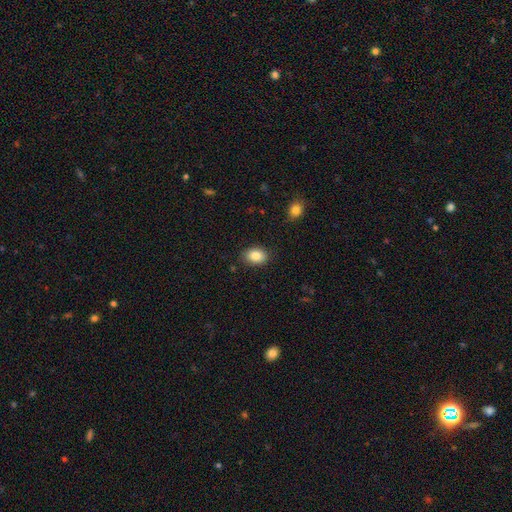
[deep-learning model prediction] This appears to be a smooth galaxy with no disk features (86%) that is in between round and cigar-shaped (78%). Merging: none (87%).